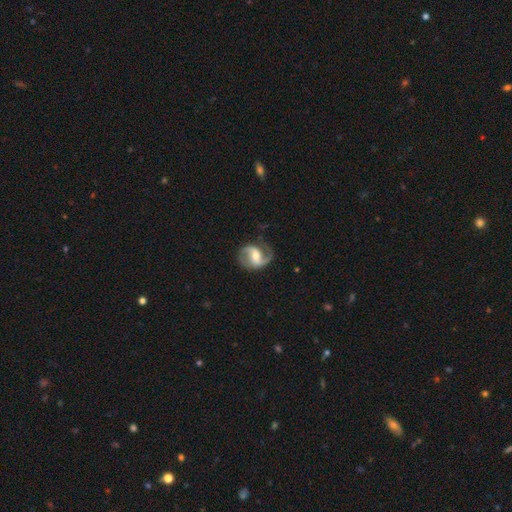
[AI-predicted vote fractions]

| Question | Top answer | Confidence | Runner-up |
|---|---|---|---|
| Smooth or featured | featured or disk | 89% | smooth (7%) |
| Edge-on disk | no | 98% | yes (2%) |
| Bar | weak | 43% | strong (29%) |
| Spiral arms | yes | 97% | no (3%) |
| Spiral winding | medium | 53% | loose (33%) |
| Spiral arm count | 2 | 90% | 1 (4%) |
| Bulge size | moderate | 60% | small (32%) |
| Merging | none | 78% | minor disturbance (14%) |